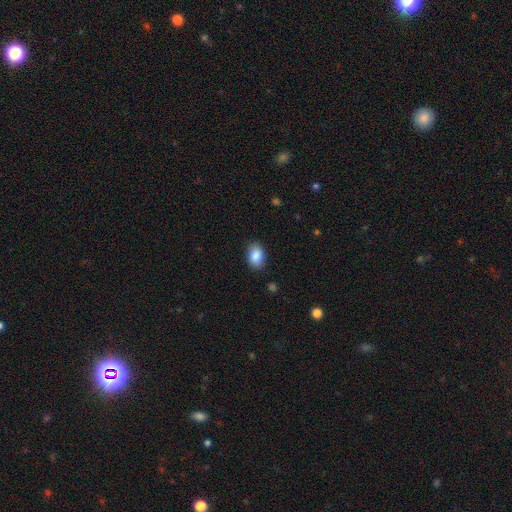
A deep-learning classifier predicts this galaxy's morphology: Smooth or featured? smooth (87%)
How rounded? in between (86%)
Merging? none (87%)